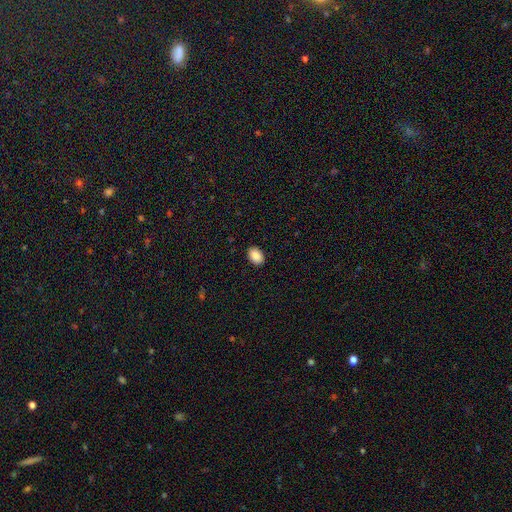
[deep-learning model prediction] The model was most divided on "how rounded": in between: 82%, round: 17%, cigar-shaped: 1%. More confident: merging — none (90%); smooth or featured — smooth (89%).